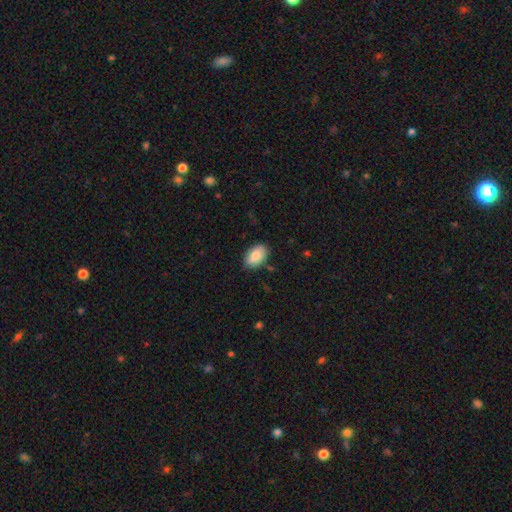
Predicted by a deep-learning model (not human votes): smooth 86%, featured or disk 7%, star or artifact 6%. Down the decision tree: how rounded — in between (91%); merging — none (84%).